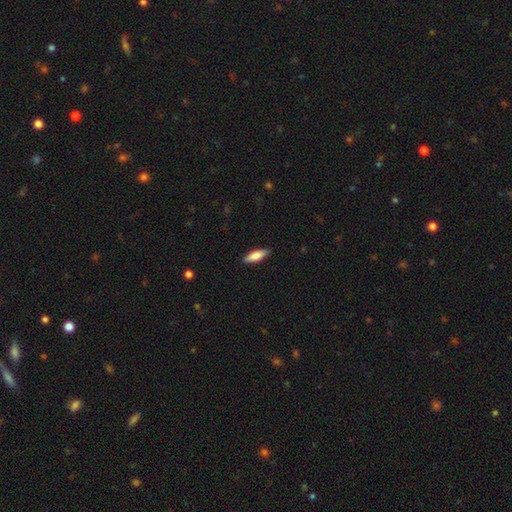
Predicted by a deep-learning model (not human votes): smooth 76%, featured or disk 18%, star or artifact 6%. Down the decision tree: how rounded — in between (53%); merging — none (87%).